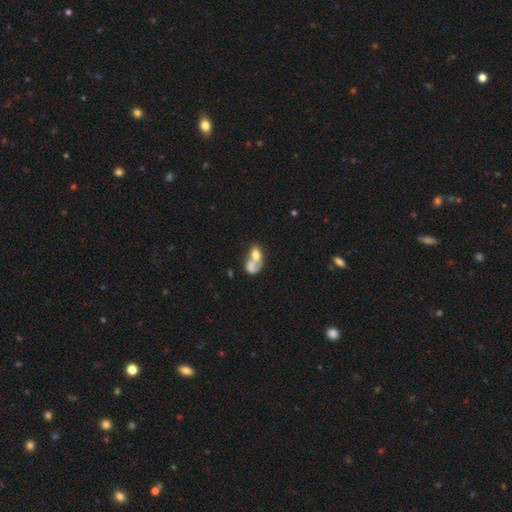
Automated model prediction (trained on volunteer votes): This appears to be a smooth galaxy with no disk features (61%) that is in between round and cigar-shaped (75%). Merging: merger (75%).